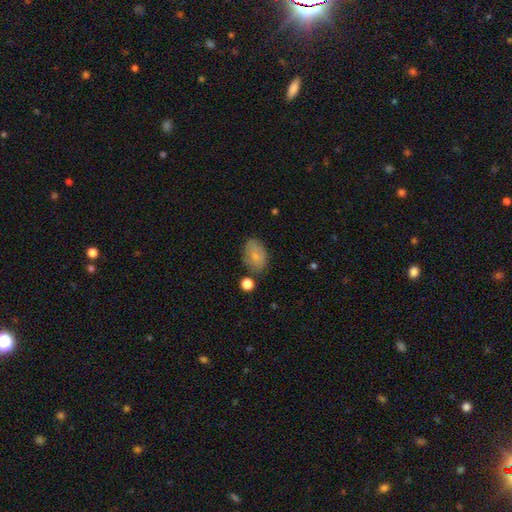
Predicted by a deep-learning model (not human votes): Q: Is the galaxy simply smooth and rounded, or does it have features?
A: smooth — 73%.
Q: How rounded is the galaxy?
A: in between — 84%.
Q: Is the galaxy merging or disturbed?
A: none — 66%.